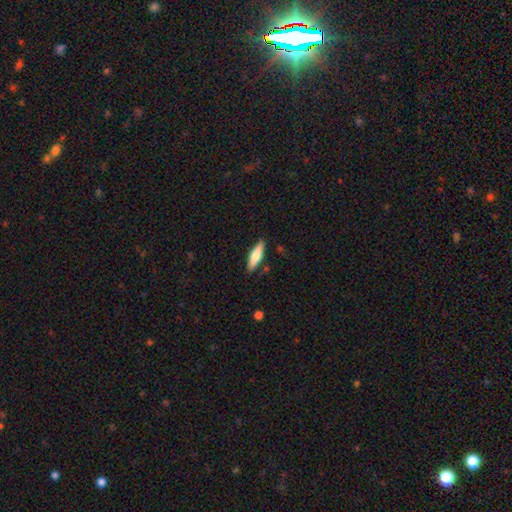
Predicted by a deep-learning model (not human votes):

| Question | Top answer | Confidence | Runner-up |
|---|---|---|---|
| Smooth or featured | smooth | 63% | featured or disk (31%) |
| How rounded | cigar-shaped | 64% | in between (34%) |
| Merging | none | 86% | minor disturbance (10%) |